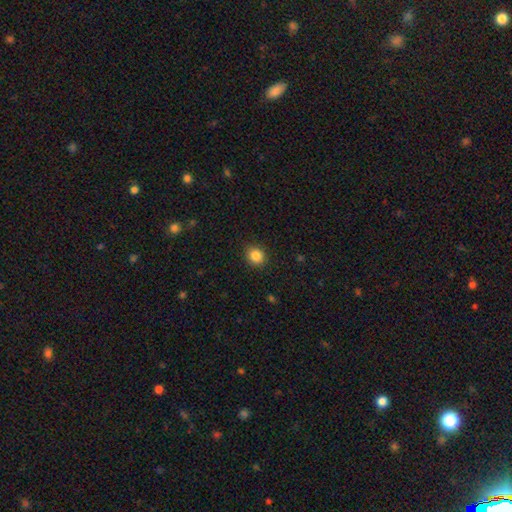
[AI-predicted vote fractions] A smooth galaxy with no disk features (86%) that is round (80%).

Vote fractions:
- Smooth or featured? smooth: 86% / star or artifact: 10% / featured or disk: 4%
- How rounded? round: 80% / in between: 19% / cigar-shaped: 1%
- Merging? none: 90% / minor disturbance: 6% / major disturbance: 2% / merger: 1%